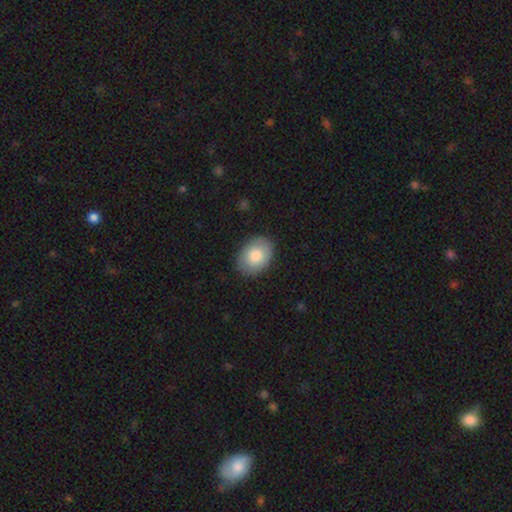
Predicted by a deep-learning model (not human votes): Smooth or featured: smooth — 81% (featured or disk — 13%)
How rounded: in between — 72% (round — 27%)
Merging: none — 87% (minor disturbance — 10%)